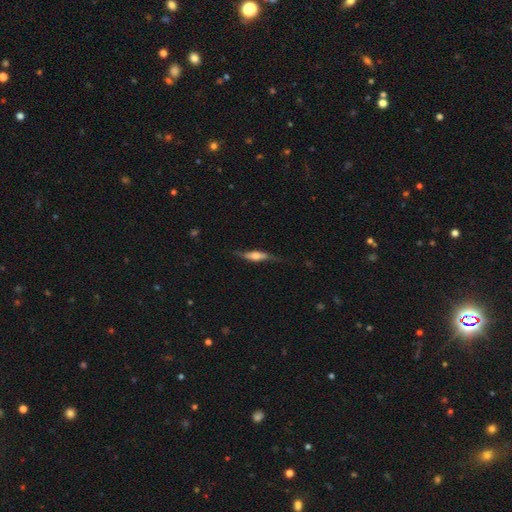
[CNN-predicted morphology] Q: Smooth or featured?
A: featured or disk (54%); runner-up: smooth (40%)
Q: Edge-on disk?
A: yes (79%); runner-up: no (21%)
Q: Merging?
A: none (66%); runner-up: minor disturbance (23%)